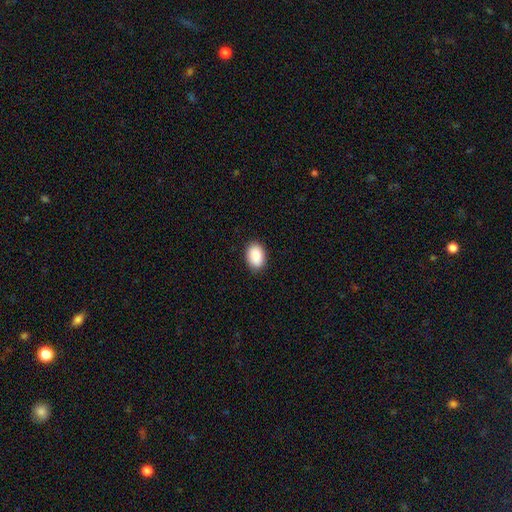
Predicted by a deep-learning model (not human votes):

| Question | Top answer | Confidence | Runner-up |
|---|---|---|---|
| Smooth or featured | smooth | 91% | star or artifact (6%) |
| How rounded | in between | 87% | round (12%) |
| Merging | none | 88% | minor disturbance (9%) |